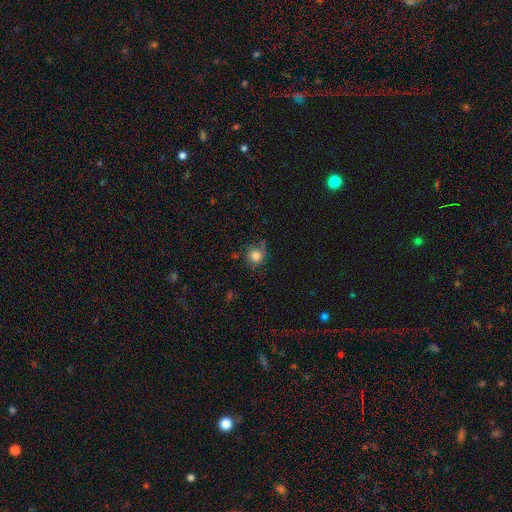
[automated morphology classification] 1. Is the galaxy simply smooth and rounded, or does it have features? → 73% smooth, 15% featured or disk, 11% star or artifact.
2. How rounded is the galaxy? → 87% round, 12% in between, 1% cigar-shaped.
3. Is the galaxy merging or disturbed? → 65% none, 23% minor disturbance, 10% major disturbance, 3% merger.